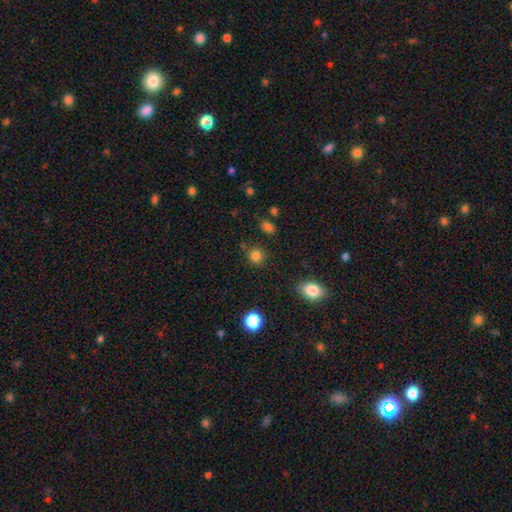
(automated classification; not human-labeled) Overall: smooth (82%). How rounded: round (86%). Merging: none (84%).